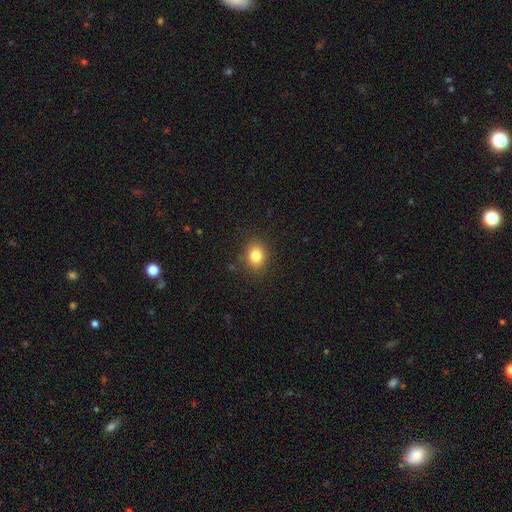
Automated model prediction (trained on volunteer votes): Morphology: type=smooth (82%); roundness=round (57%); merging=none (86%).